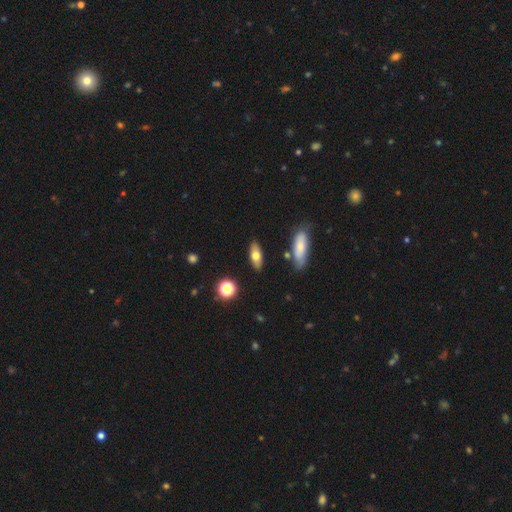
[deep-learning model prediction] Smooth or featured? smooth (66%)
How rounded? in between (77%)
Merging? none (83%)